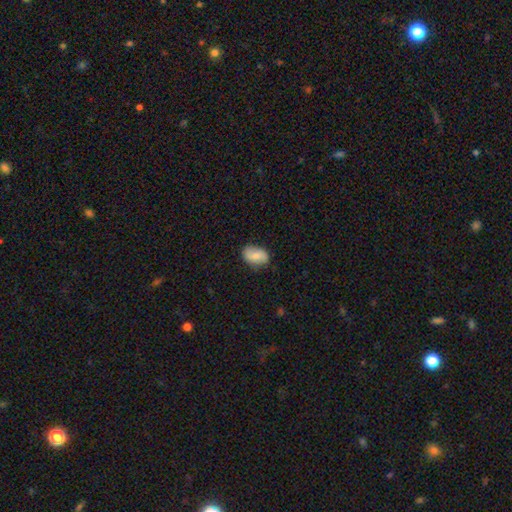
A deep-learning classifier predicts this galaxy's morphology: The model was most divided on "smooth or featured": smooth: 70%, featured or disk: 23%, star or artifact: 7%. More confident: how rounded — in between (87%); merging — none (76%).